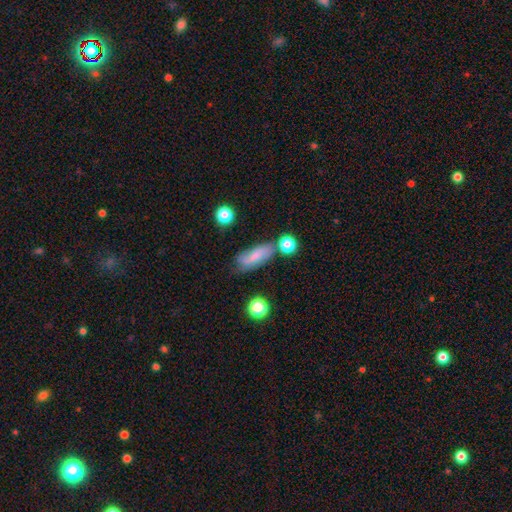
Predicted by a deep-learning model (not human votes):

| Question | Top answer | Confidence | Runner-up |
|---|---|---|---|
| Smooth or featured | smooth | 58% | featured or disk (32%) |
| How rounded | in between | 64% | cigar-shaped (31%) |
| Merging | none | 60% | minor disturbance (23%) |